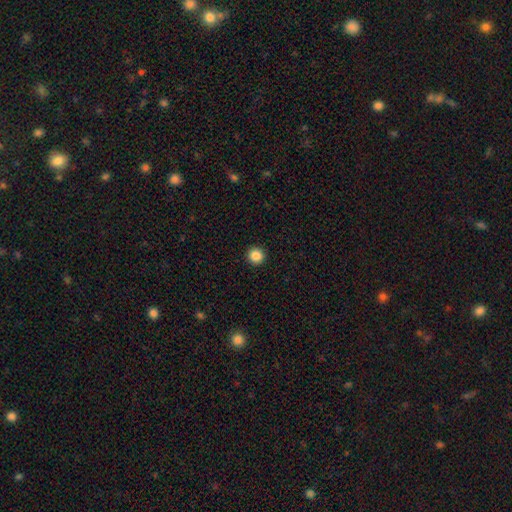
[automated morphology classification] smooth-or-featured: smooth: 86% | star or artifact: 10% | featured or disk: 4%
  how-rounded: round: 95% | in between: 4% | cigar-shaped: 1%
  merging: none: 94% | minor disturbance: 4% | major disturbance: 1% | merger: 1%